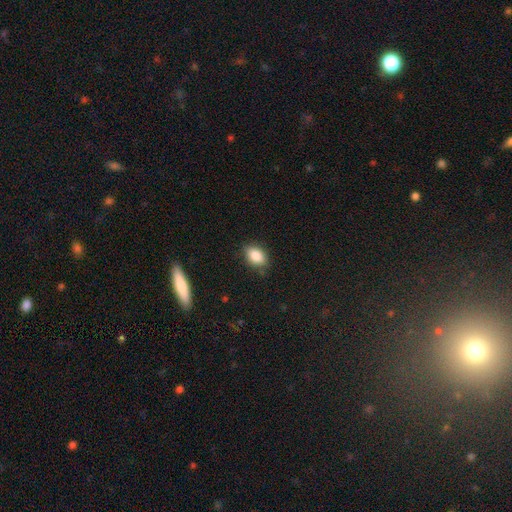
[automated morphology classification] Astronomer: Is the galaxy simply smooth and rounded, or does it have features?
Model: smooth — 86%.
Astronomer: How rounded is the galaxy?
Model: in between — 83%.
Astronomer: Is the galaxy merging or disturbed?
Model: none — 80%.